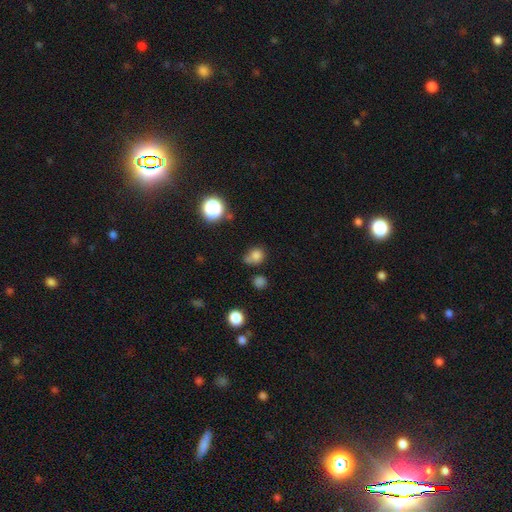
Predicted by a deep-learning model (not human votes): A smooth galaxy with no disk features (78%) that is round (67%).

Vote fractions:
- Smooth or featured? smooth: 78% / star or artifact: 15% / featured or disk: 7%
- How rounded? round: 67% / in between: 32% / cigar-shaped: 1%
- Merging? none: 54% / minor disturbance: 24% / merger: 14% / major disturbance: 8%